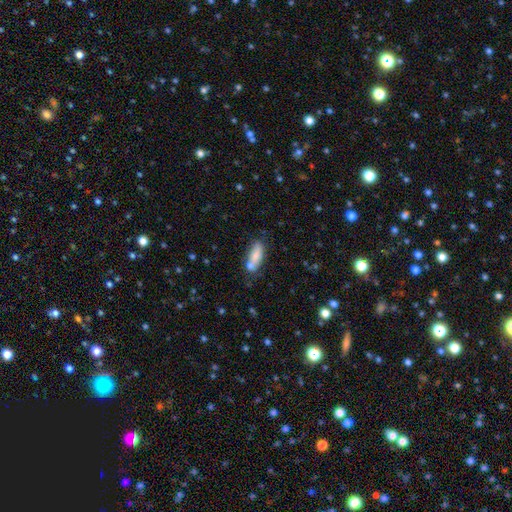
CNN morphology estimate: Smooth or featured?
  - smooth: 75% *
  - featured or disk: 17%
  - star or artifact: 8%
How rounded?
  - in between: 70% *
  - cigar-shaped: 27%
  - round: 3%
Merging?
  - none: 52% *
  - merger: 25%
  - minor disturbance: 17%
  - major disturbance: 5%